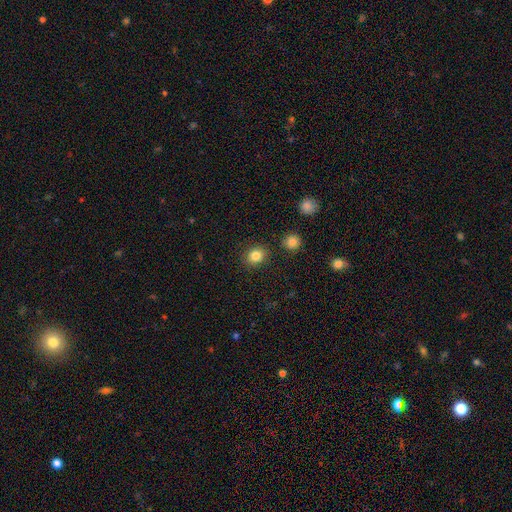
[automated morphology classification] Smooth or featured? smooth (83%)
How rounded? round (71%)
Merging? none (87%)